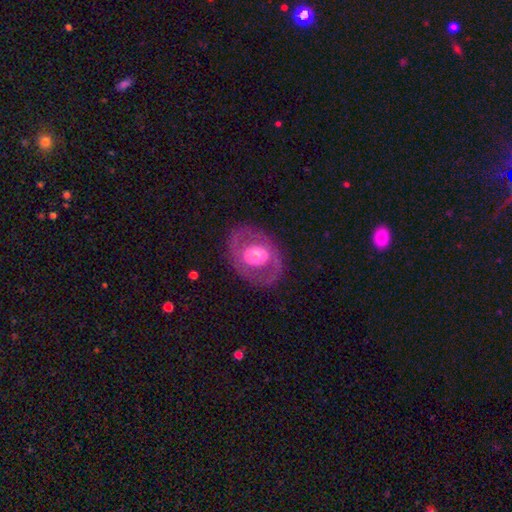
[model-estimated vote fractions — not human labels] The model was most divided on "smooth or featured": featured or disk: 61%, smooth: 33%, star or artifact: 6%. More confident: edge-on disk — no (95%); merging — none (77%); bar — no (68%); spiral arms — no (67%); bulge size — moderate (62%).